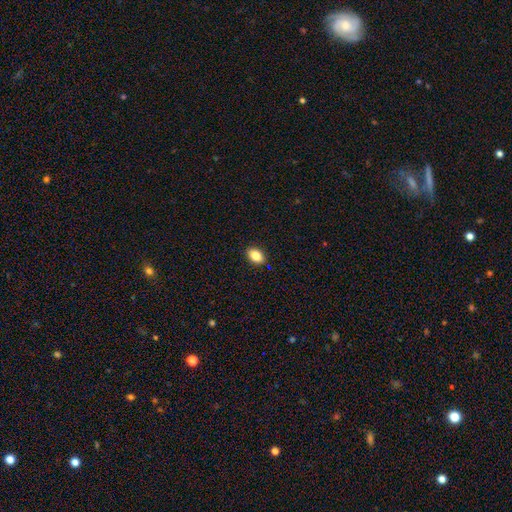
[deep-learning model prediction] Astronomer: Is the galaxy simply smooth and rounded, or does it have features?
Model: smooth — 86%.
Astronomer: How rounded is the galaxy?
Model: in between — 82%.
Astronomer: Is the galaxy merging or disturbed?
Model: none — 90%.